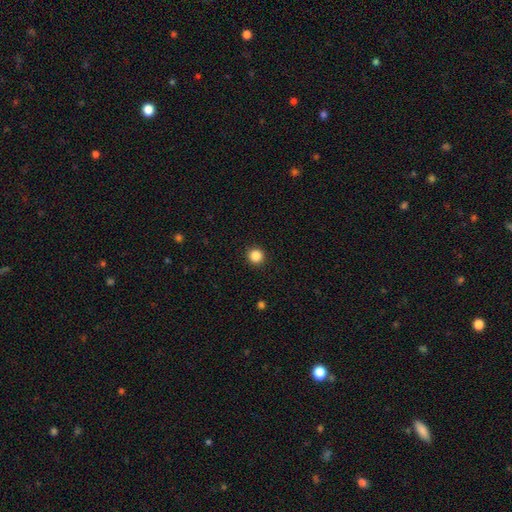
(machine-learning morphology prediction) Smooth or featured: smooth — 86% (star or artifact — 11%)
How rounded: round — 95% (in between — 4%)
Merging: none — 93% (minor disturbance — 4%)